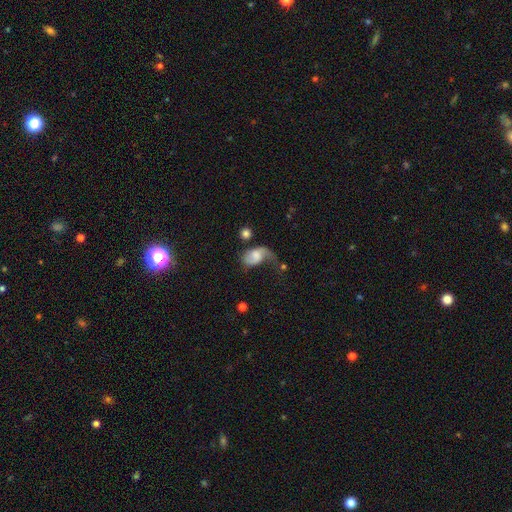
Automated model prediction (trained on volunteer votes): This is possibly a featured or disk galaxy (47%). Merging: marginally major disturbance (41%).